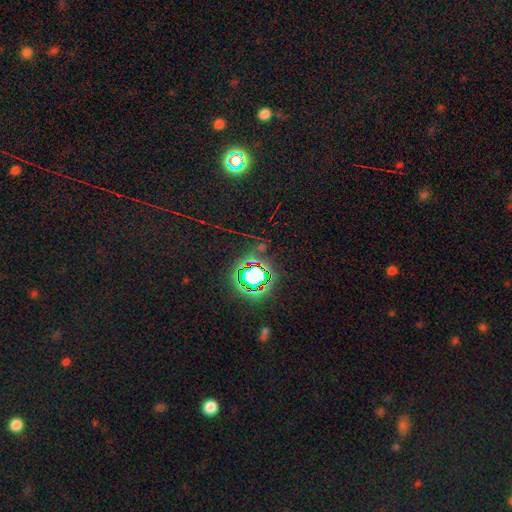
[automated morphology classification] Smooth or featured?
  - star or artifact: 78% *
  - smooth: 14%
  - featured or disk: 8%